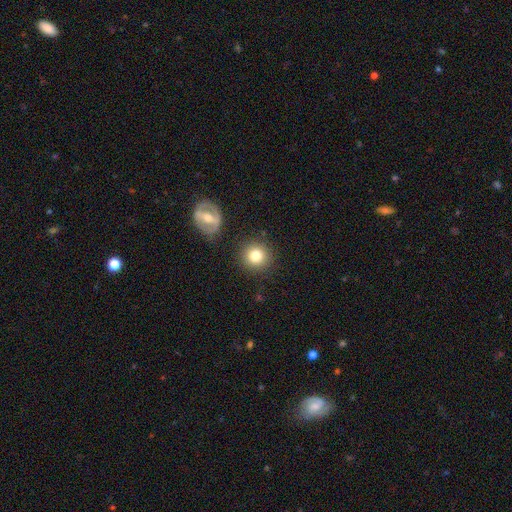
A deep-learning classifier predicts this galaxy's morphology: A smooth galaxy with no disk features (79%) that is round (92%). Merging: none (85%).